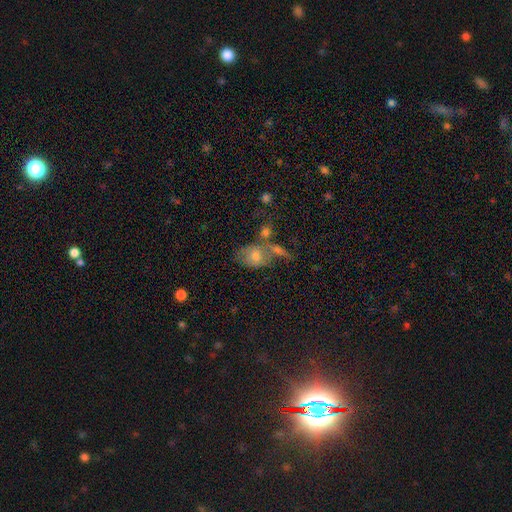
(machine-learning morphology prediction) type=smooth (58%); roundness=in between (66%); merging=none (38%).